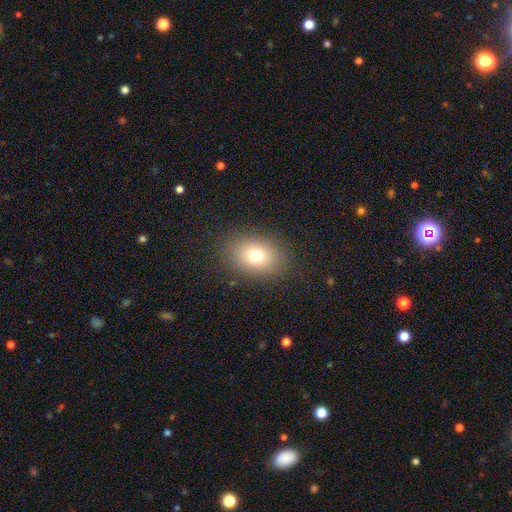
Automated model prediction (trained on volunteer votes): This appears to be a smooth galaxy with no disk features (74%) that is in between round and cigar-shaped (67%). Merging: none (85%).